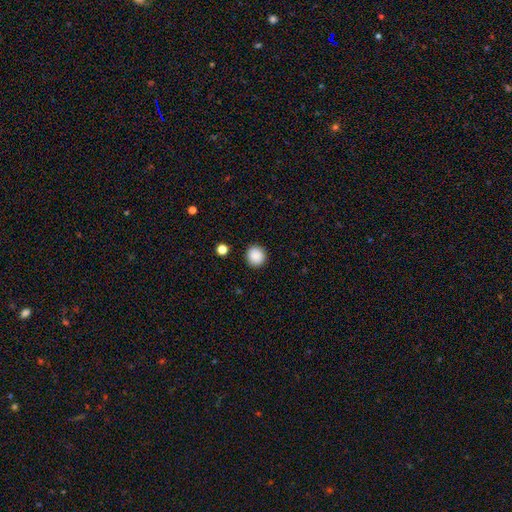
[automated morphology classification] This is clearly a smooth galaxy (89%). How rounded: clearly round (92%). Merging: clearly none (92%).